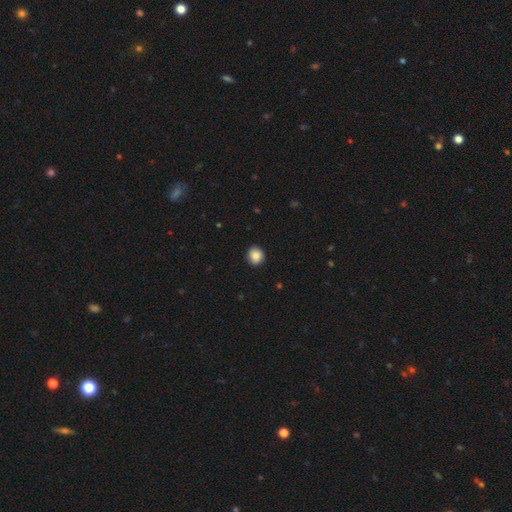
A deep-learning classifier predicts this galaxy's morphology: The model was most divided on "smooth or featured": smooth: 86%, star or artifact: 9%, featured or disk: 5%. More confident: merging — none (89%); how rounded — round (88%).